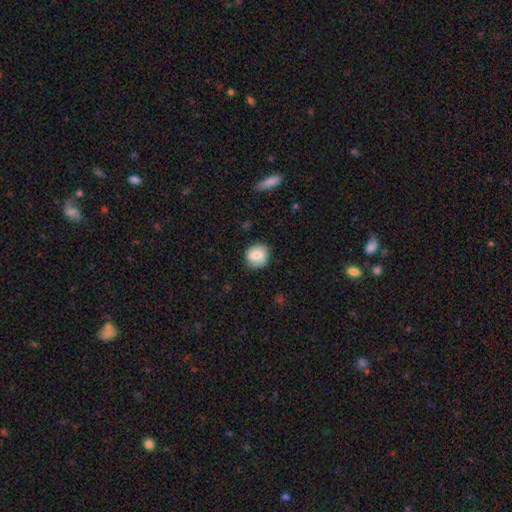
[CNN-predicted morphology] Smooth or featured? Predicted: smooth (p=0.65). How rounded? Predicted: round (p=0.83). Merging? Predicted: none (p=0.79).